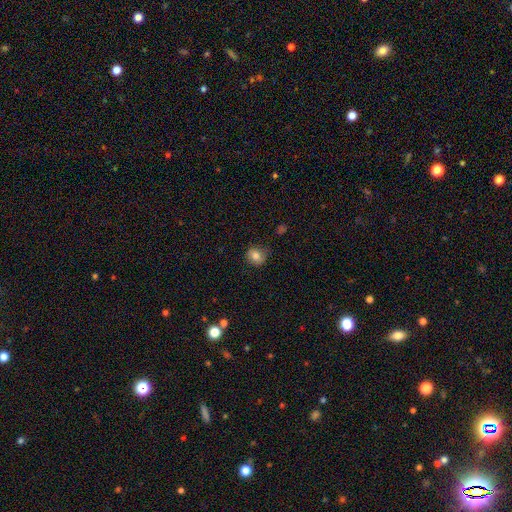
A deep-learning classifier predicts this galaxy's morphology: A smooth galaxy with no disk features (80%) that is round (69%). Merging: none (77%).